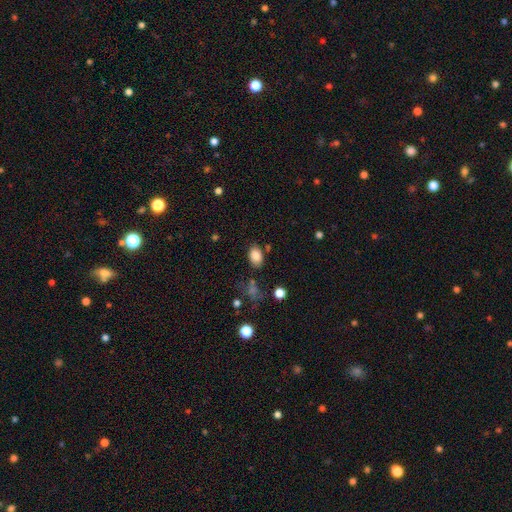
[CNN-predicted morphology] smooth 85%, star or artifact 9%, featured or disk 6%. Down the decision tree: how rounded — in between (83%); merging — none (76%).